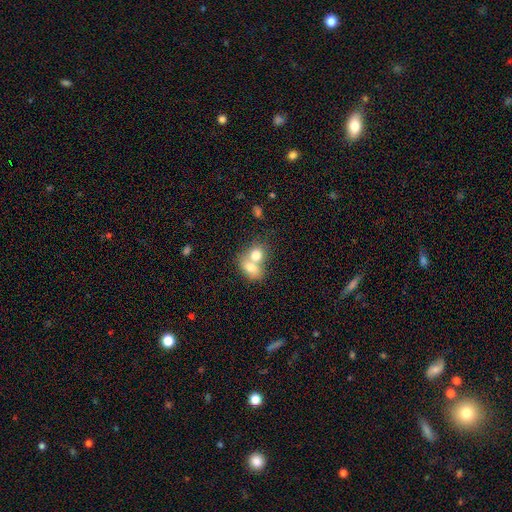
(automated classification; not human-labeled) Smooth or featured?
  - smooth: 73% *
  - featured or disk: 19%
  - star or artifact: 8%
How rounded?
  - in between: 54% *
  - round: 45%
  - cigar-shaped: 1%
Merging?
  - merger: 72% *
  - none: 19%
  - minor disturbance: 6%
  - major disturbance: 3%